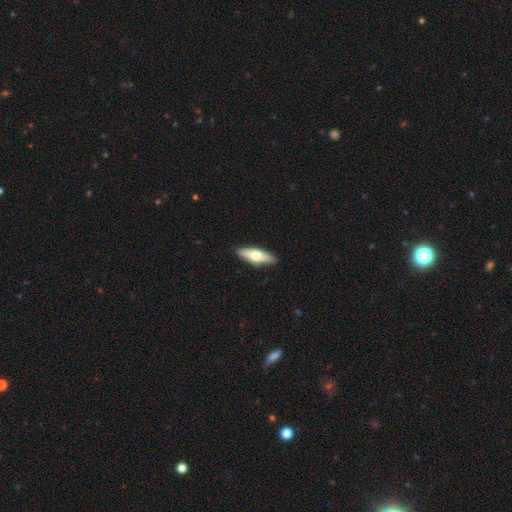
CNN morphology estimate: Overall: smooth (59%; featured or disk 36%). How rounded: cigar-shaped (52%; in between 45%). Merging: none (90%).